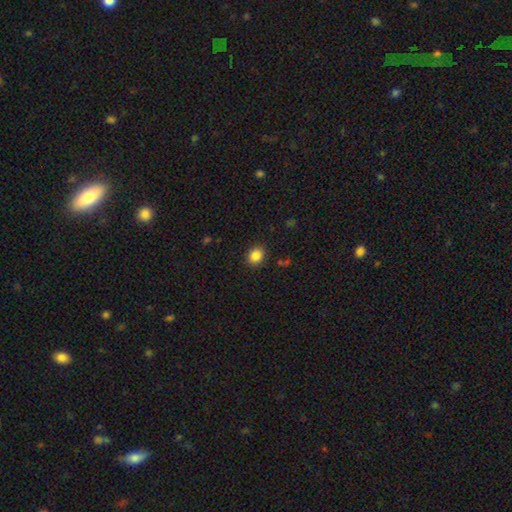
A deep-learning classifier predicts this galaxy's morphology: A smooth galaxy with no disk features (85%) that is round (60%). Merging: none (89%).